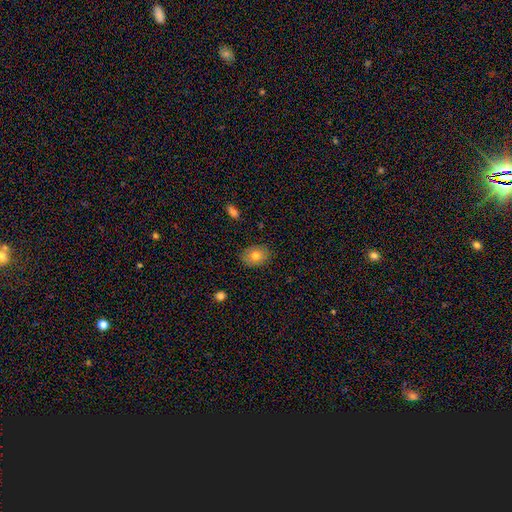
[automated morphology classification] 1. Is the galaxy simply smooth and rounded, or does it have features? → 76% smooth, 15% featured or disk, 9% star or artifact.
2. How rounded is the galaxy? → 65% in between, 34% round, 1% cigar-shaped.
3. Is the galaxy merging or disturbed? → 85% none, 11% minor disturbance, 2% major disturbance, 1% merger.